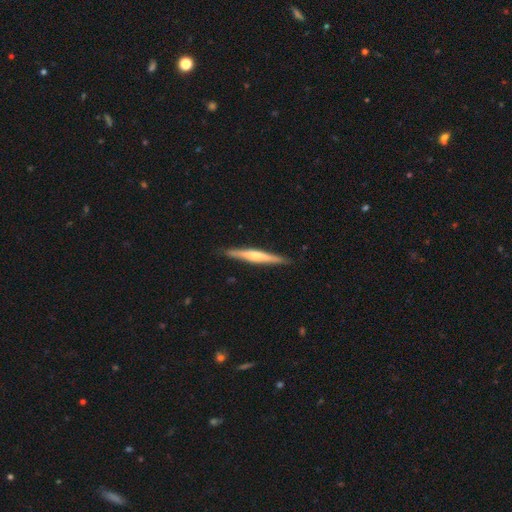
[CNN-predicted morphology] Q: Smooth or featured?
A: featured or disk (64%); runner-up: smooth (30%)
Q: Edge-on disk?
A: yes (97%); runner-up: no (3%)
Q: Edge-on bulge?
A: rounded (73%); runner-up: none (17%)
Q: Merging?
A: none (90%); runner-up: minor disturbance (8%)